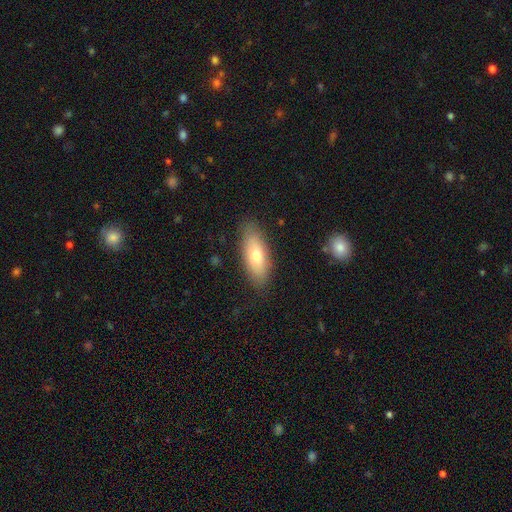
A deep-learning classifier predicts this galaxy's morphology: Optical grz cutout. It shows a smooth galaxy with no disk features (70%) that is in between round and cigar-shaped (72%). Merging: none (85%).